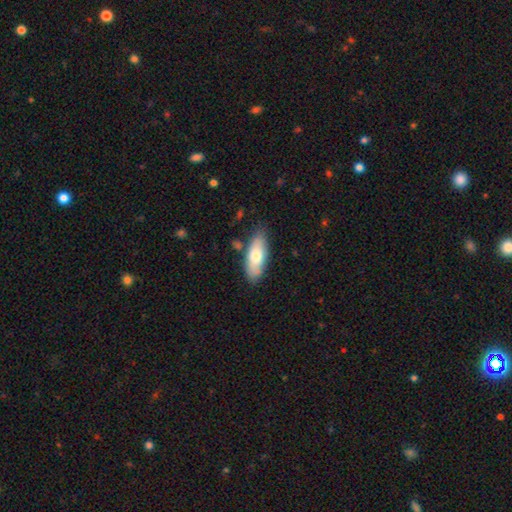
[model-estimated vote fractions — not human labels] Smooth or featured? smooth (71%)
How rounded? in between (77%)
Merging? none (78%)